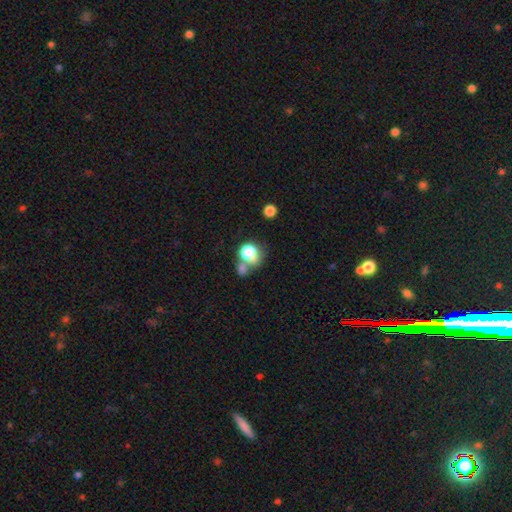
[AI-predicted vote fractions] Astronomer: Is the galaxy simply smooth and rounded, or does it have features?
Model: smooth — 69%.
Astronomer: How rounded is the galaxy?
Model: round — 65%.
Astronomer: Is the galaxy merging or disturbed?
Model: none — 43% (runner-up: merger, 34%).